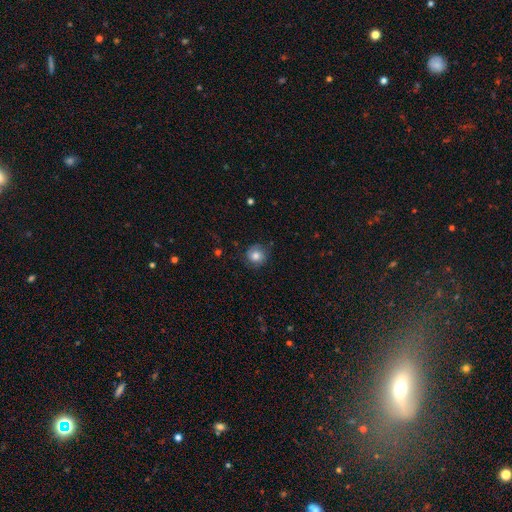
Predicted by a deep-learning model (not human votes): Morphology: type=smooth (73%); roundness=round (90%); merging=none (77%).